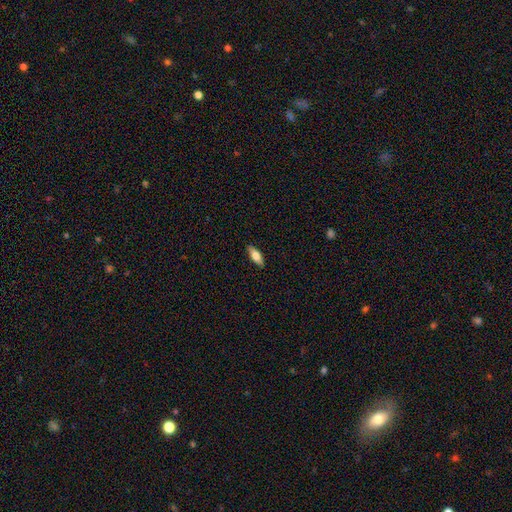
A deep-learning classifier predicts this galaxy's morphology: This appears to be a smooth galaxy with no disk features (68%) that is in between round and cigar-shaped (69%). Merging: none (89%).